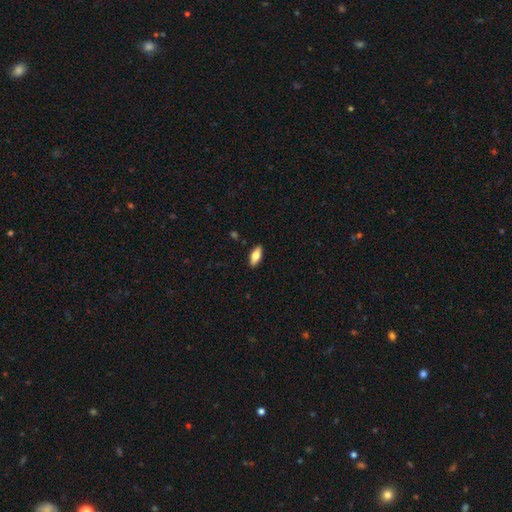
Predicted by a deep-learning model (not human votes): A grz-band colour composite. It shows a smooth galaxy with no disk features (71%) that is in between round and cigar-shaped (80%). Merging: none (89%).